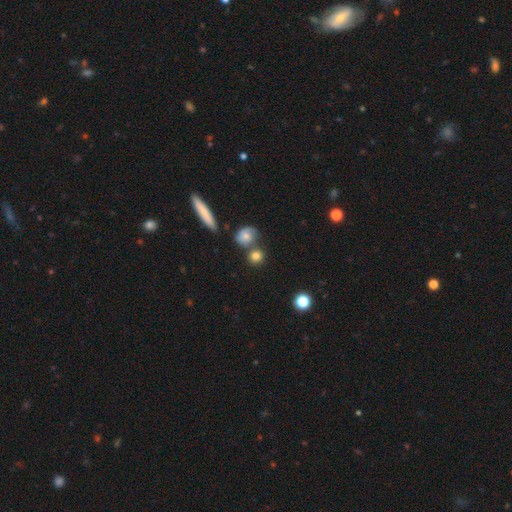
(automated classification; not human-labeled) Overall: smooth (78%). How rounded: round (83%). Merging: none (62%; merger 24%).